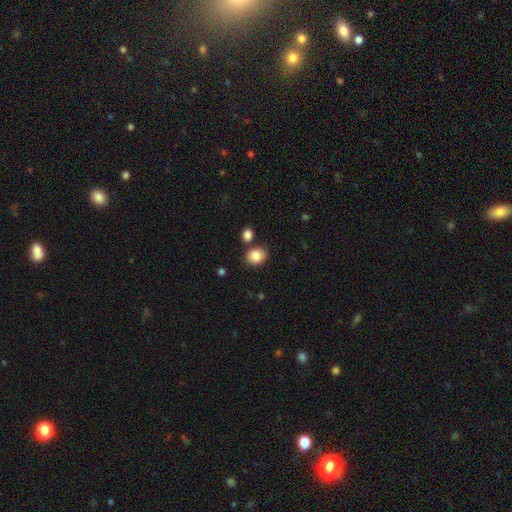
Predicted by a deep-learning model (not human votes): Smooth or featured?
  - smooth: 85% *
  - star or artifact: 9%
  - featured or disk: 6%
How rounded?
  - round: 60% *
  - in between: 39%
  - cigar-shaped: 1%
Merging?
  - none: 77% *
  - merger: 10%
  - minor disturbance: 10%
  - major disturbance: 3%